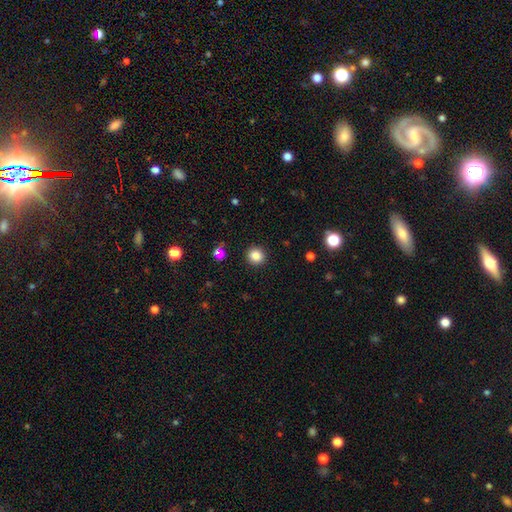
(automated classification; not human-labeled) Morphology: type=smooth (84%); roundness=round (91%); merging=none (91%).